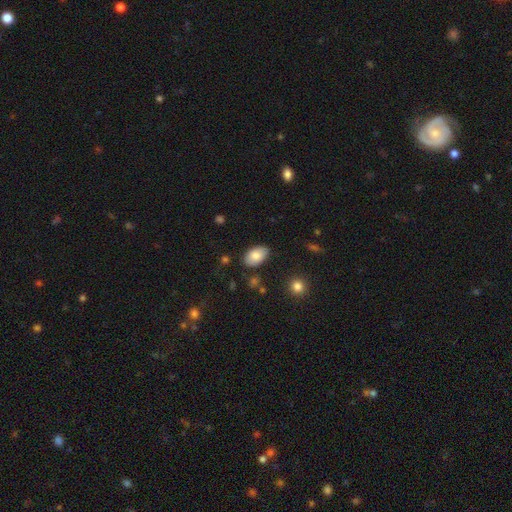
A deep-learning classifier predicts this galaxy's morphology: smooth 83%, featured or disk 10%, star or artifact 7%. Down the decision tree: how rounded — in between (93%); merging — none (84%).